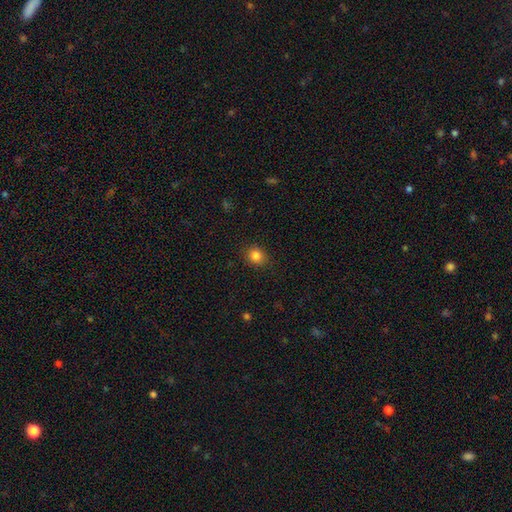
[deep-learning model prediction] Overall: smooth (84%). How rounded: round (73%). Merging: none (88%).